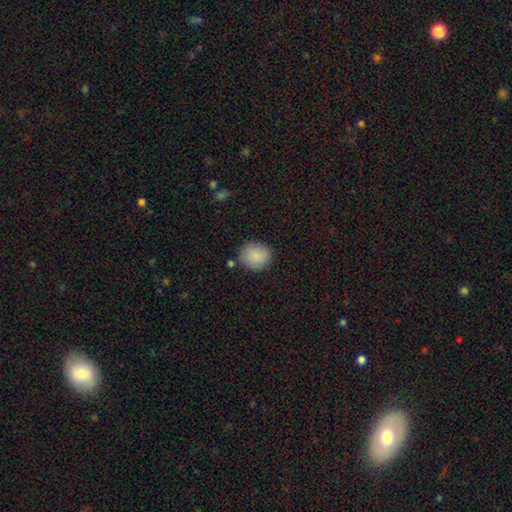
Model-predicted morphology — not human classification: Smooth or featured? smooth (87%)
How rounded? round (82%)
Merging? none (83%)